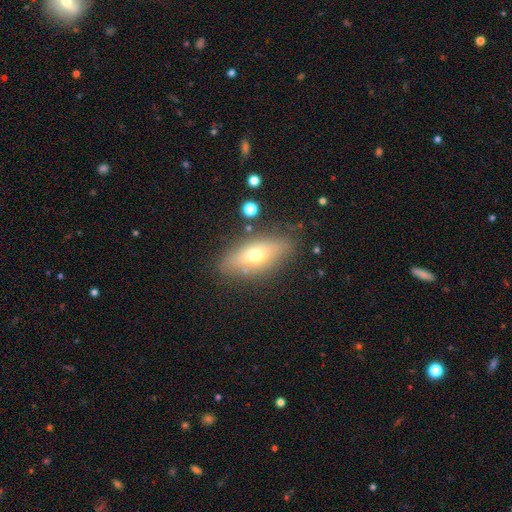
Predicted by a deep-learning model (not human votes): This is possibly a smooth galaxy (51%). How rounded: likely in between (67%). Merging: likely none (80%).